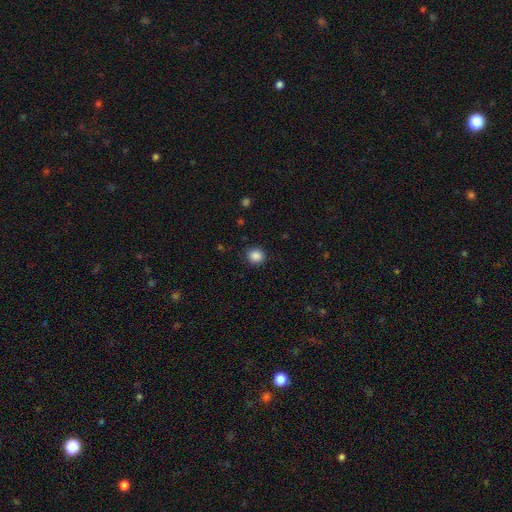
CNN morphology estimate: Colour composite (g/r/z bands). It shows a smooth galaxy with no disk features (87%) that is round (84%). Merging: none (88%).